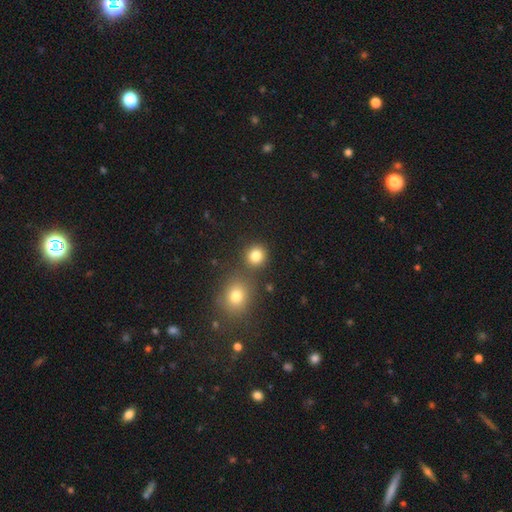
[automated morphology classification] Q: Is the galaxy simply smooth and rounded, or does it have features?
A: smooth — 82%.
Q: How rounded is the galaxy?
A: round — 89%.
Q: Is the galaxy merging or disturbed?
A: none — 77%.